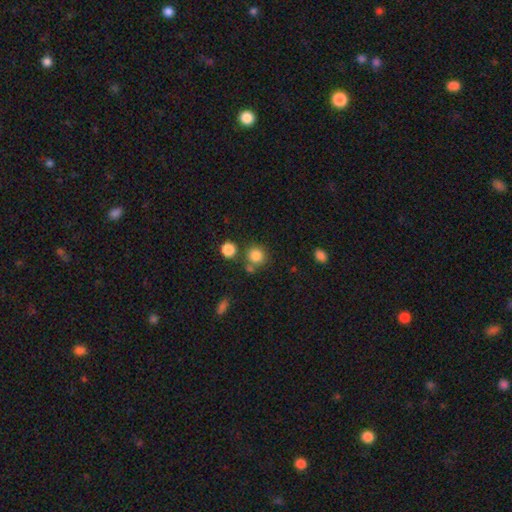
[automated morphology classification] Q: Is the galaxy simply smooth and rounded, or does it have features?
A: smooth — 83%.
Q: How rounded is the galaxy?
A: round — 89%.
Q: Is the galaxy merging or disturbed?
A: none — 71%.